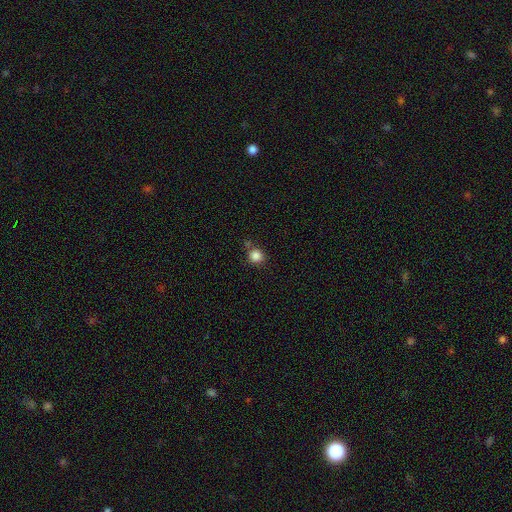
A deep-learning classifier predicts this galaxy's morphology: Smooth or featured? Predicted: smooth (p=0.85). How rounded? Predicted: round (p=0.90). Merging? Predicted: none (p=0.71).